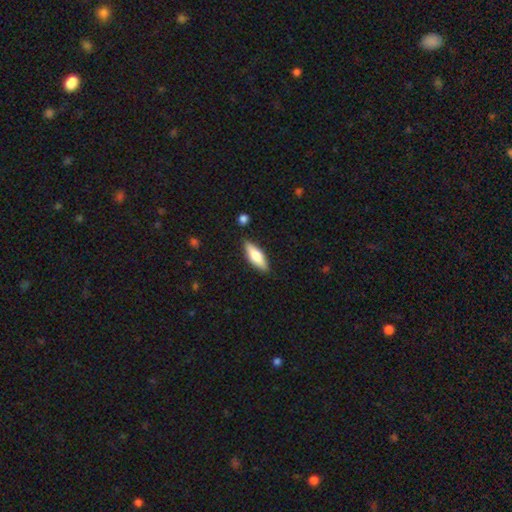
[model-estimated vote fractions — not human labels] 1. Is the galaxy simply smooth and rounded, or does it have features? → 65% smooth, 29% featured or disk, 6% star or artifact.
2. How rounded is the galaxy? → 55% in between, 43% cigar-shaped, 2% round.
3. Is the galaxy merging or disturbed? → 86% none, 10% minor disturbance, 2% major disturbance, 2% merger.